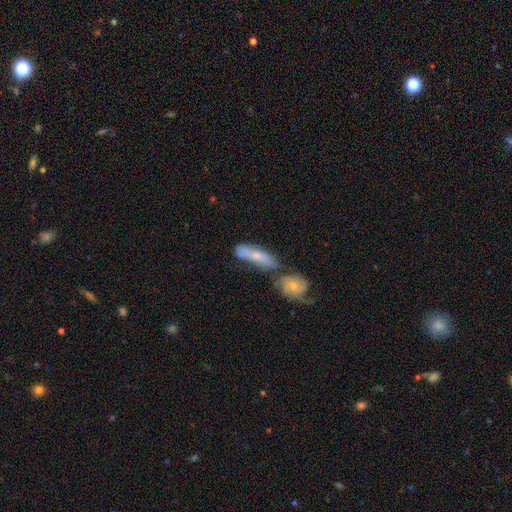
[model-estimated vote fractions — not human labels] Smooth or featured? featured or disk (48%)
Merging? none (40%)